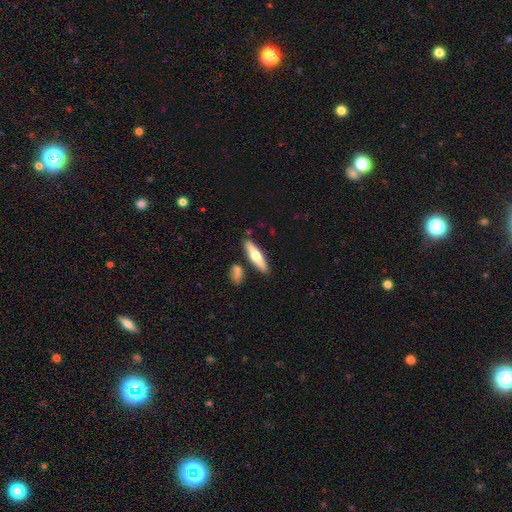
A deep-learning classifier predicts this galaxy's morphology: Overall: featured or disk (48%; smooth 47%). Merging: none (83%).